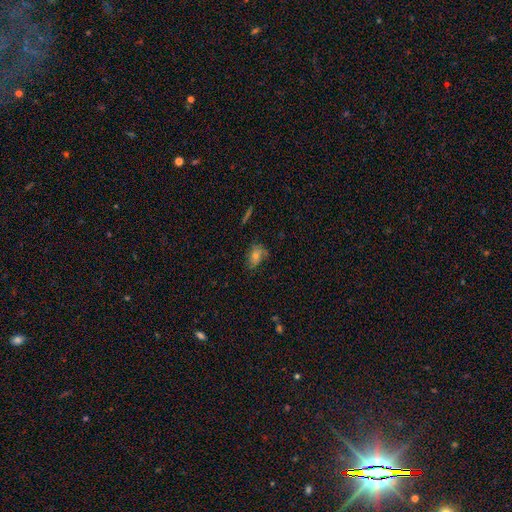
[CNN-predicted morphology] This appears to be a smooth galaxy with no disk features (49%). Merging: none (64%).